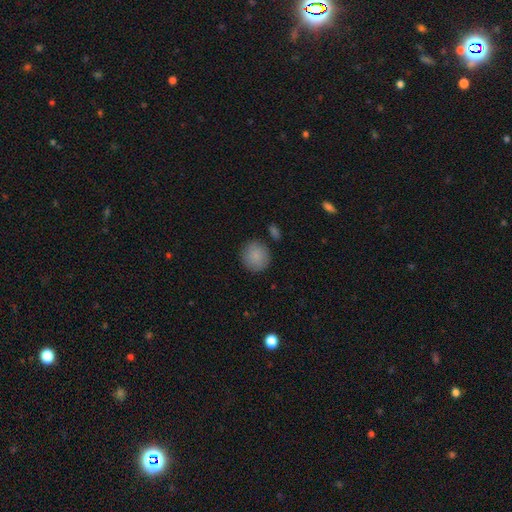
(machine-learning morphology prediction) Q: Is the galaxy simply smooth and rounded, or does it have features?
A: smooth — 87%.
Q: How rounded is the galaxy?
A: round — 90%.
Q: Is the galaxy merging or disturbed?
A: none — 83%.